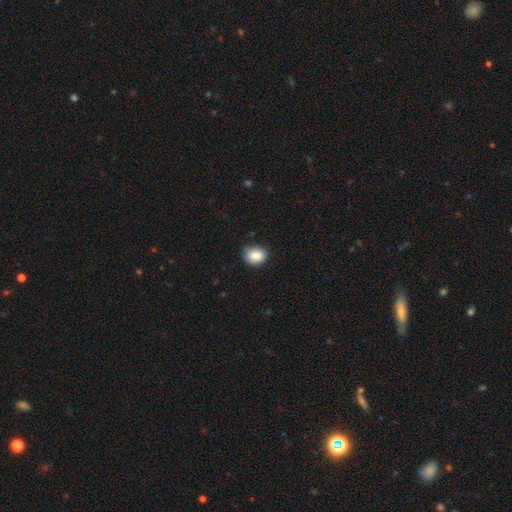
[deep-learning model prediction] This is clearly a smooth galaxy (85%). How rounded: possibly in between (50%). Merging: likely none (75%).